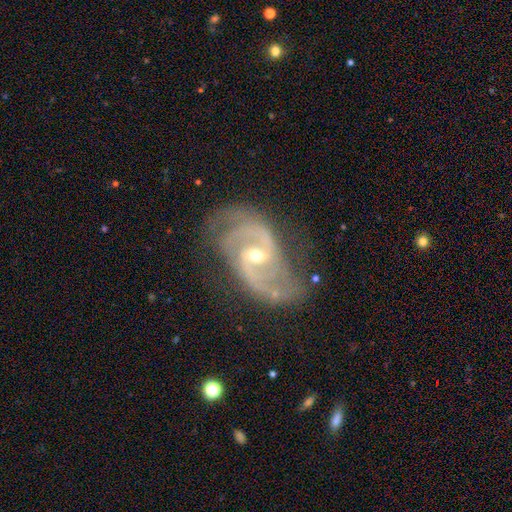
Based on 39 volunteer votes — This is clearly a featured or disk galaxy (97%). It is clearly not viewed edge-on (100%). Bar: marginally weak (45%, tied with no). Spiral arm pattern: clearly yes (100%). Spiral arm count: likely 2 (71%). Spiral winding: possibly medium (47%). Central bulge: likely small (66%). Merging: possibly none (58%).